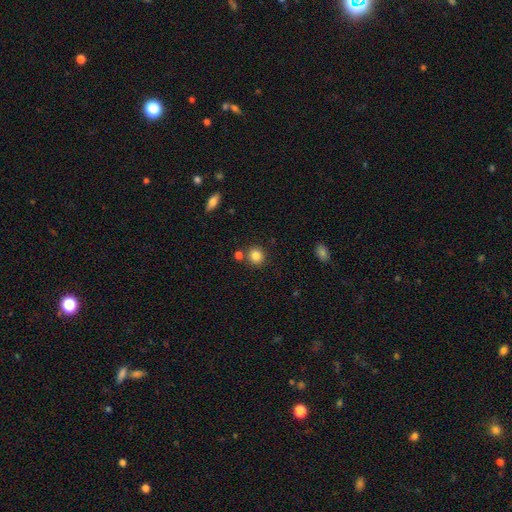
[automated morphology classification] Overall: smooth (84%). How rounded: round (88%). Merging: none (80%).